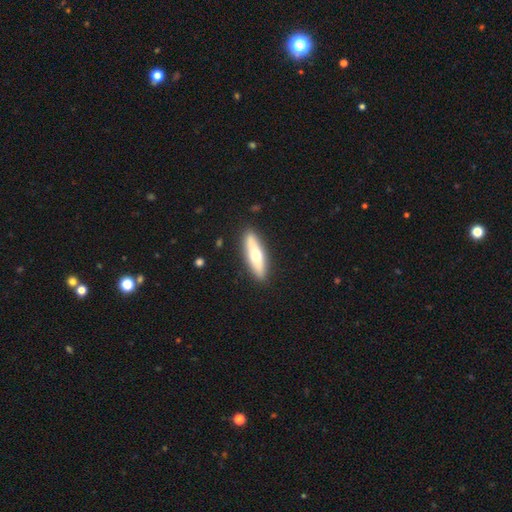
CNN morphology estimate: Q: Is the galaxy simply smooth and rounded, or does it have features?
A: smooth — 51%.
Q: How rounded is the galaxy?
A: cigar-shaped — 65%.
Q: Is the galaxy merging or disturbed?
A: none — 89%.